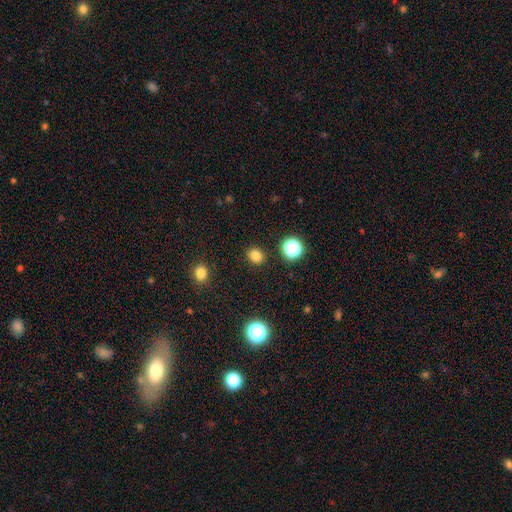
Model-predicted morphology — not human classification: smooth_or_featured: smooth (p=0.81) [alt: star or artifact p=0.14]
how_rounded: round (p=0.70) [alt: in between p=0.29]
merging: none (p=0.89) [alt: minor disturbance p=0.07]